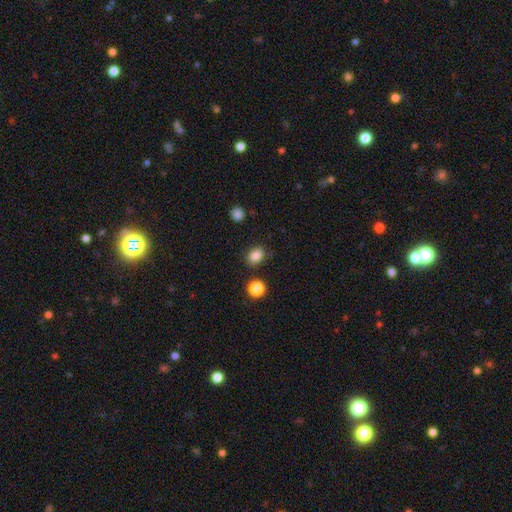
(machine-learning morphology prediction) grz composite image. It shows a smooth galaxy with no disk features (85%) that is in between round and cigar-shaped (58%). Merging: none (84%).